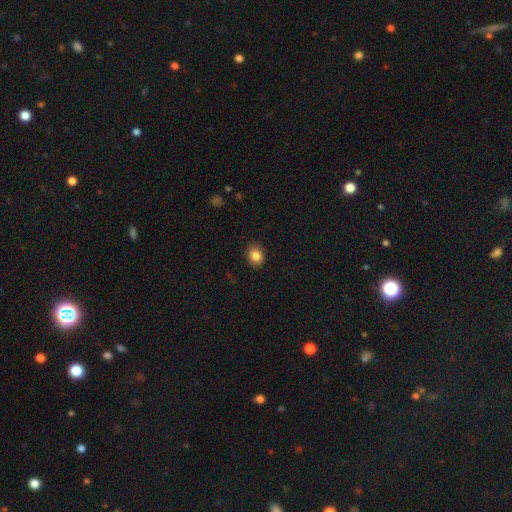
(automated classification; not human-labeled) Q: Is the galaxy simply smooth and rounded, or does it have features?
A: smooth — 85%.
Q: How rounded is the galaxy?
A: round — 55%.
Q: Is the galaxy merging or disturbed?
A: none — 89%.